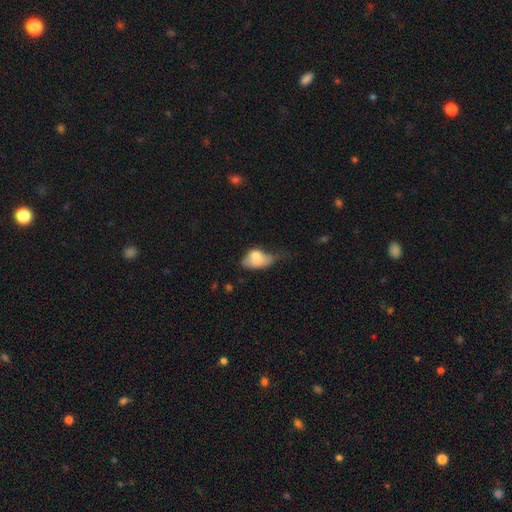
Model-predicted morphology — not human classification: The model was most divided on "merging": minor disturbance: 35%, major disturbance: 32%, none: 20%, merger: 14%. More confident: how rounded — in between (84%); smooth or featured — smooth (70%).